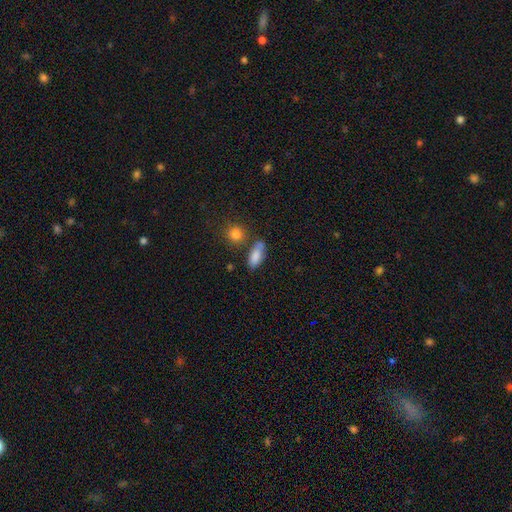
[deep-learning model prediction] Smooth or featured? Predicted: smooth (p=0.83). How rounded? Predicted: in between (p=0.78). Merging? Predicted: none (p=0.58).